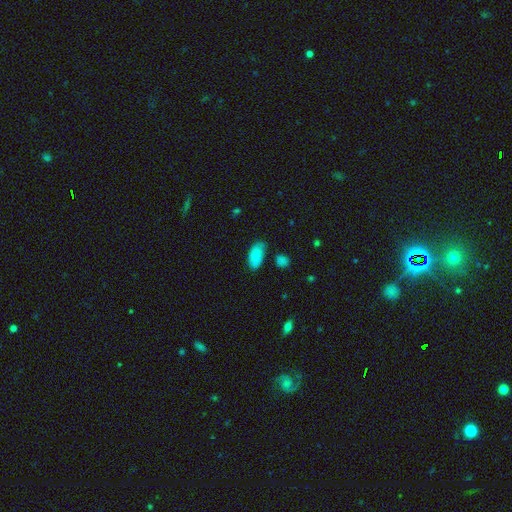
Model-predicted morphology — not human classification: type=smooth (85%); roundness=in between (93%); merging=none (71%).